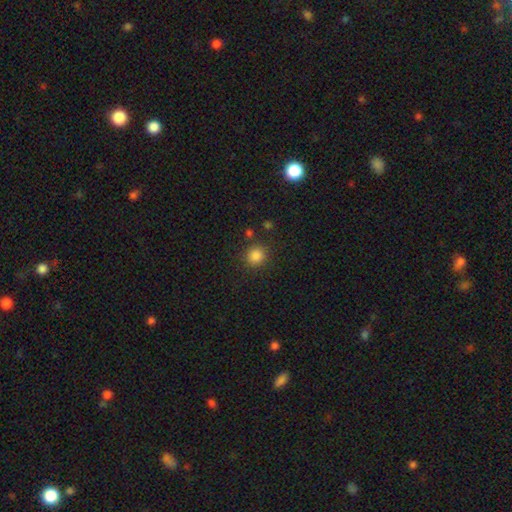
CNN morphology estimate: smooth-or-featured: smooth: 84% | star or artifact: 12% | featured or disk: 4%
  how-rounded: round: 88% | in between: 11% | cigar-shaped: 1%
  merging: none: 84% | minor disturbance: 9% | merger: 4% | major disturbance: 3%